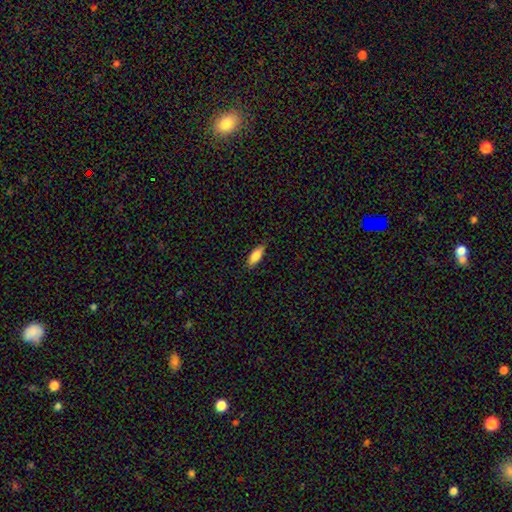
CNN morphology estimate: smooth 83%, featured or disk 10%, star or artifact 7%. Down the decision tree: how rounded — in between (74%); merging — none (82%).